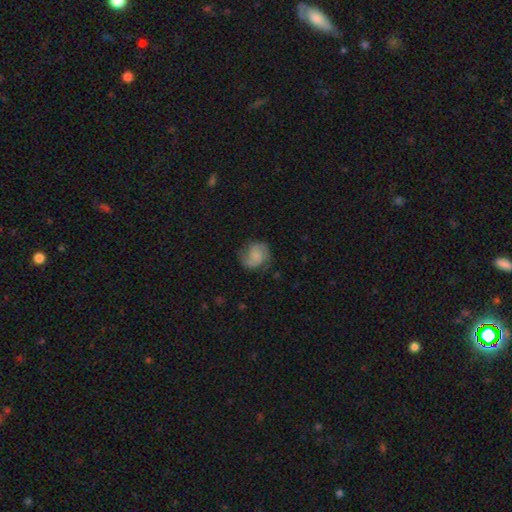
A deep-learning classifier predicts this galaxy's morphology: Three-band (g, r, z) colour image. It shows a featured or disk galaxy (57%) with no bar (63%), 2 (83%) medium (48%) spiral arms (91%) and no central bulge (46%). Merging: none (69%).